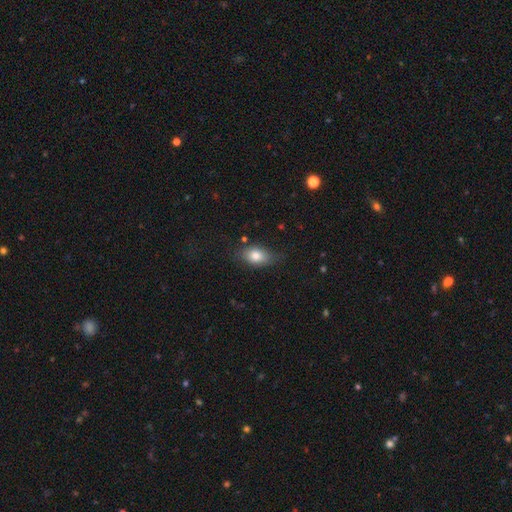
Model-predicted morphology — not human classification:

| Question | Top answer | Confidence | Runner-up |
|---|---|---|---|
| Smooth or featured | smooth | 80% | featured or disk (12%) |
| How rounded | in between | 84% | round (13%) |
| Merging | none | 72% | minor disturbance (21%) |